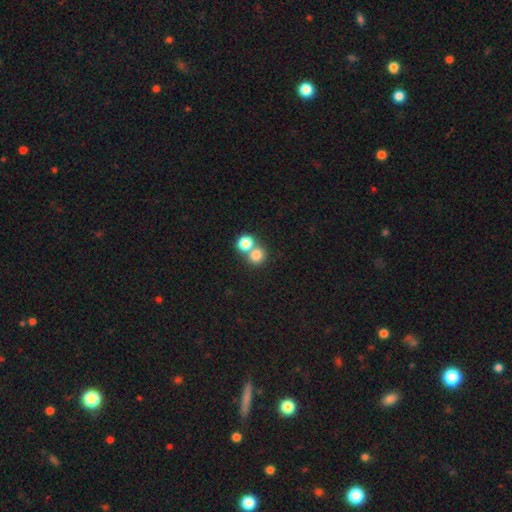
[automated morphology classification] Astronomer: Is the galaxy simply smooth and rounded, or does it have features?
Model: smooth — 79%.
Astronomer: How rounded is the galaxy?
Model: round — 84%.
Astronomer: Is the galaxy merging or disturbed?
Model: merger — 47% (runner-up: none, 45%).